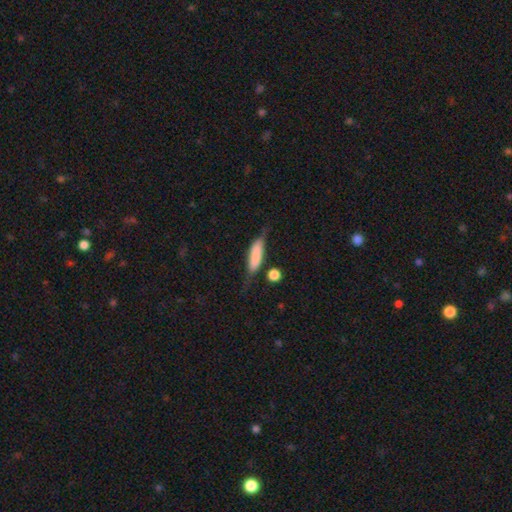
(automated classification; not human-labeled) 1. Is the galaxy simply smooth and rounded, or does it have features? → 71% smooth, 22% featured or disk, 7% star or artifact.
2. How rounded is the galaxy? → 59% cigar-shaped, 38% in between, 3% round.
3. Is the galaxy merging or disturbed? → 54% none, 28% minor disturbance, 12% major disturbance, 6% merger.